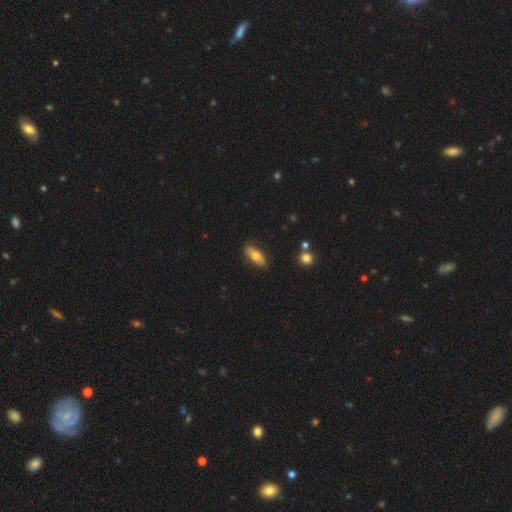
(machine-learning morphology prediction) type=smooth (65%); roundness=in between (70%); merging=none (83%).